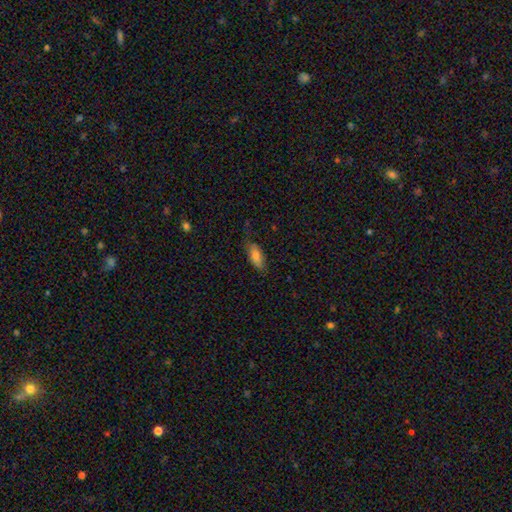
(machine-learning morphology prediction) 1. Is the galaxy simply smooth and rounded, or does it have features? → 76% smooth, 17% featured or disk, 7% star or artifact.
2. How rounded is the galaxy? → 80% in between, 17% cigar-shaped, 2% round.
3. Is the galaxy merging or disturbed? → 70% none, 24% minor disturbance, 5% major disturbance, 1% merger.